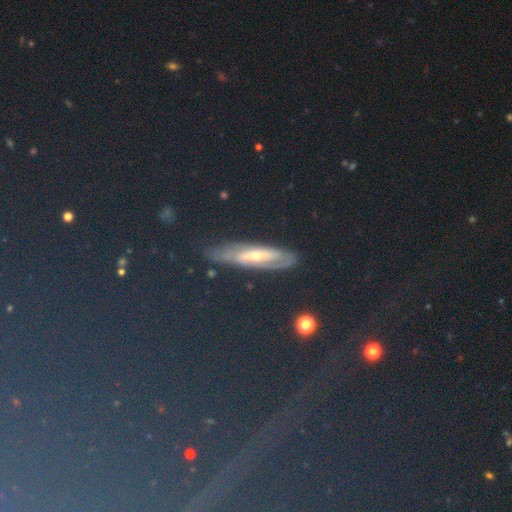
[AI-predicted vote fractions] A star or artifact, not a galaxy (46%).